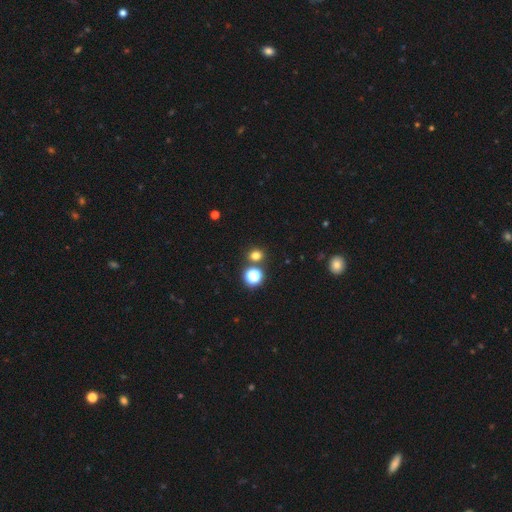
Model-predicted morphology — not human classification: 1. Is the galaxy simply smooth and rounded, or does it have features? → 72% smooth, 22% star or artifact, 6% featured or disk.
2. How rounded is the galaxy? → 75% round, 24% in between, 1% cigar-shaped.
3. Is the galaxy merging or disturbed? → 78% none, 11% merger, 8% minor disturbance, 3% major disturbance.